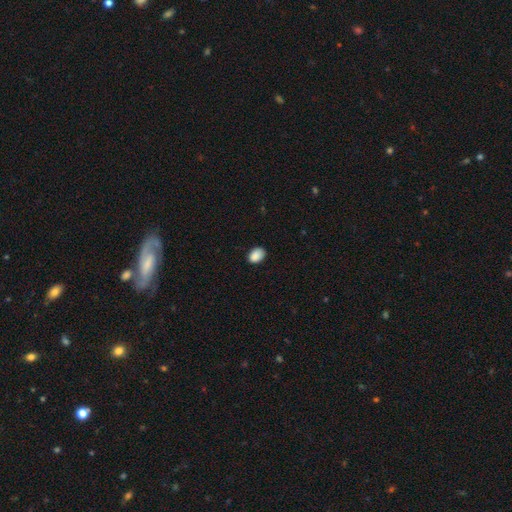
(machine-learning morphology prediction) smooth_or_featured: smooth (p=0.89) [alt: star or artifact p=0.08]
how_rounded: in between (p=0.77) [alt: round p=0.22]
merging: none (p=0.83) [alt: minor disturbance p=0.14]